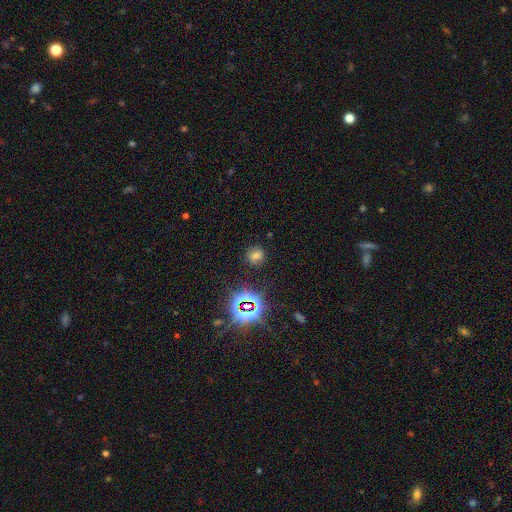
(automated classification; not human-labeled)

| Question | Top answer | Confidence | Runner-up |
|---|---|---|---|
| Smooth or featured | smooth | 56% | star or artifact (34%) |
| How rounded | round | 74% | in between (24%) |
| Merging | none | 81% | minor disturbance (11%) |